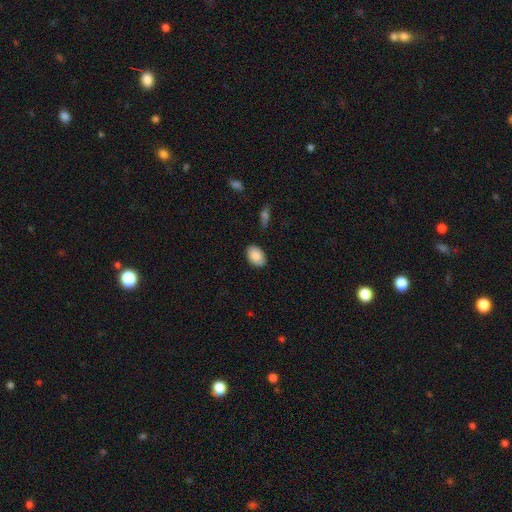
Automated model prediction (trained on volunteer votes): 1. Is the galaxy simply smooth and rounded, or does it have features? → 87% smooth, 7% star or artifact, 6% featured or disk.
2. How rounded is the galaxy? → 88% in between, 11% round, 1% cigar-shaped.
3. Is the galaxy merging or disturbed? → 87% none, 9% minor disturbance, 2% major disturbance, 1% merger.